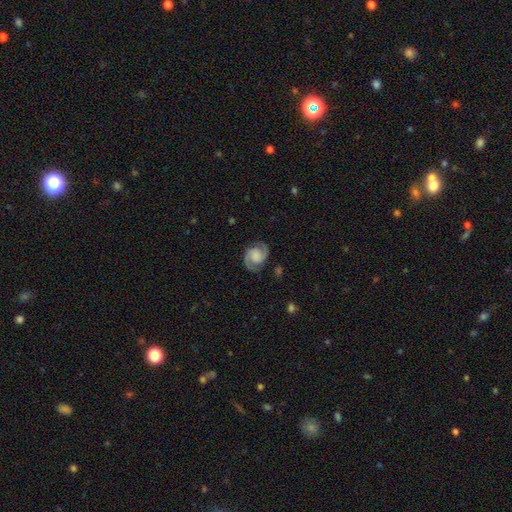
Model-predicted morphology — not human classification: A featured or disk galaxy (85%) with no bar (56%), 2 (93%) medium (53%) spiral arms (98%) and no central bulge (43%). Merging: none (82%).